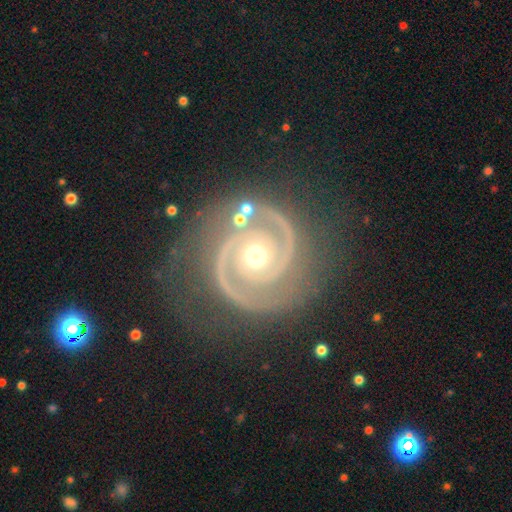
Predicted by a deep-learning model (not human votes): This is clearly a featured or disk galaxy (93%). It is clearly not viewed edge-on (98%). Bar: likely no (75%). Spiral arm pattern: clearly yes (99%). Spiral arm count: clearly 2 (91%). Spiral winding: likely tight (69%). Central bulge: likely moderate (71%). Merging: likely none (78%).